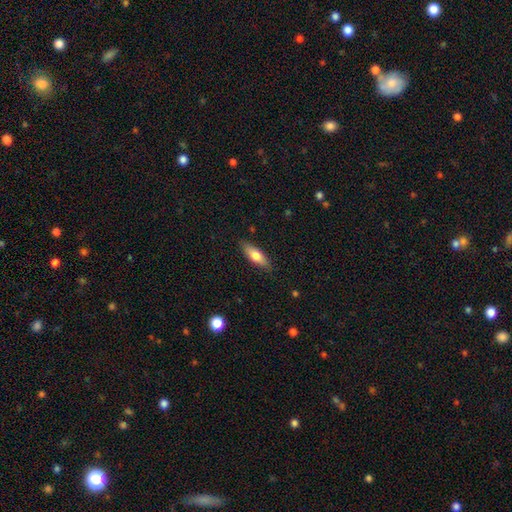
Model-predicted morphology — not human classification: A smooth galaxy with no disk features (70%) that is in between round and cigar-shaped (58%).

Vote fractions:
- Smooth or featured? smooth: 70% / featured or disk: 23% / star or artifact: 6%
- How rounded? in between: 58% / cigar-shaped: 40% / round: 2%
- Merging? none: 86% / minor disturbance: 11% / major disturbance: 2% / merger: 1%